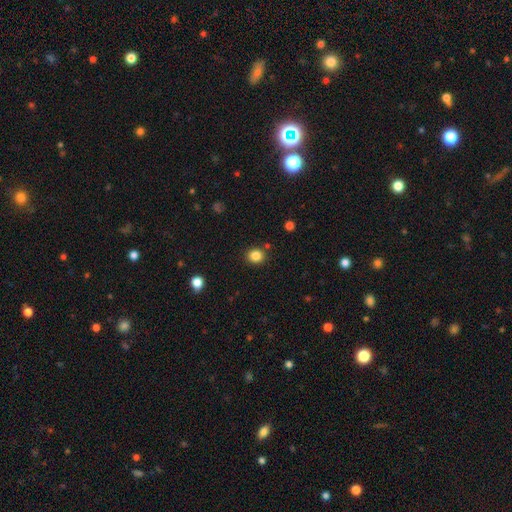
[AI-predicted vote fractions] Smooth or featured? smooth (84%)
How rounded? round (79%)
Merging? none (87%)